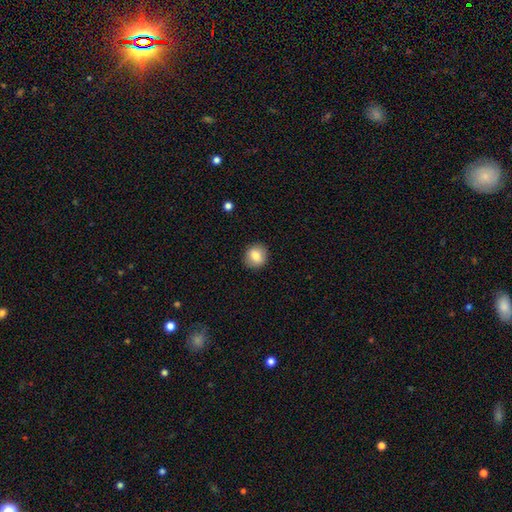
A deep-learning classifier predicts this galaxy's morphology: A smooth galaxy with no disk features (82%) that is round (82%). Merging: none (89%).